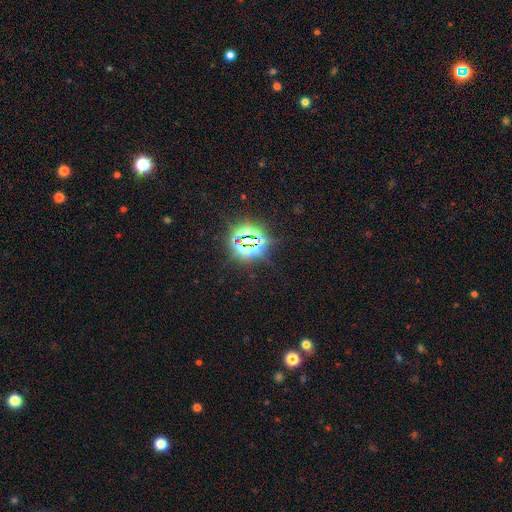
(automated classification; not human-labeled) Morphology: type=star or artifact (82%).